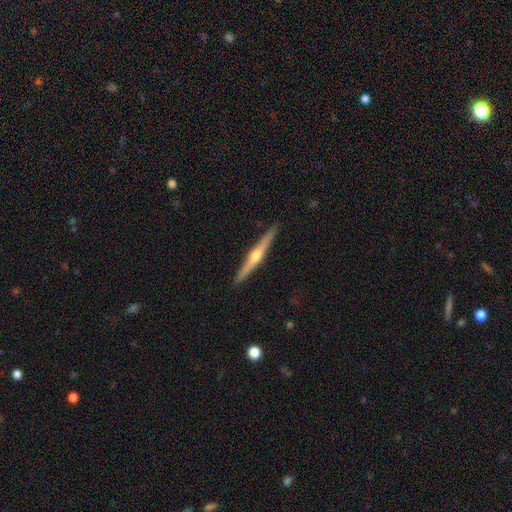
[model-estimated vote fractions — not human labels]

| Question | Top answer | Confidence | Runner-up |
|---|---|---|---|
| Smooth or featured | featured or disk | 77% | smooth (18%) |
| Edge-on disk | yes | 98% | no (2%) |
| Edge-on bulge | rounded | 92% | none (5%) |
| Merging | none | 92% | minor disturbance (6%) |